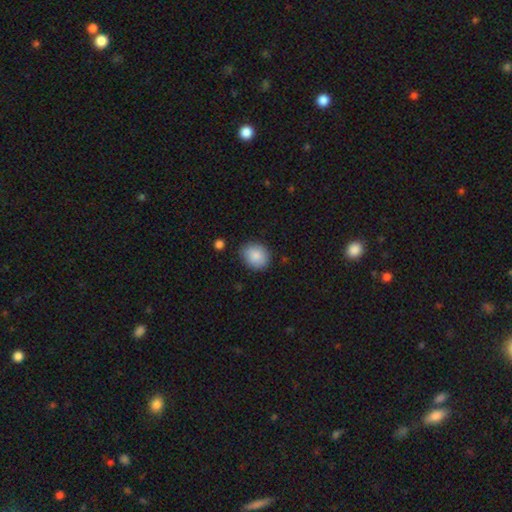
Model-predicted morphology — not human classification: smooth_or_featured: smooth (p=0.87) [alt: star or artifact p=0.07]
how_rounded: round (p=0.63) [alt: in between p=0.36]
merging: none (p=0.81) [alt: minor disturbance p=0.14]